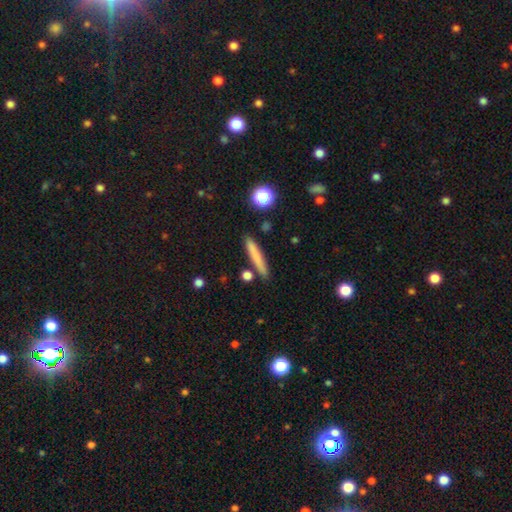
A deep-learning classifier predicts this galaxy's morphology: The model was most divided on "smooth or featured": smooth: 73%, featured or disk: 20%, star or artifact: 8%. More confident: how rounded — cigar-shaped (93%); merging — none (85%).